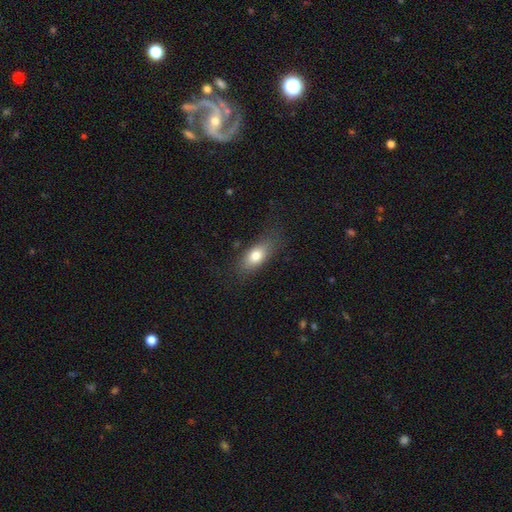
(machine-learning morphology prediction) Smooth or featured?
  - smooth: 77% *
  - featured or disk: 15%
  - star or artifact: 8%
How rounded?
  - in between: 84% *
  - cigar-shaped: 10%
  - round: 6%
Merging?
  - none: 75% *
  - minor disturbance: 17%
  - major disturbance: 7%
  - merger: 1%